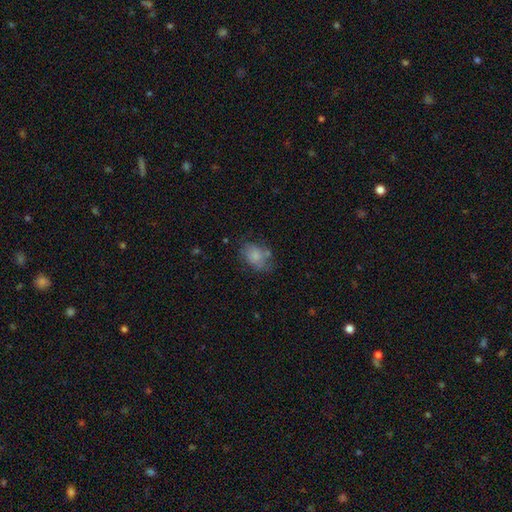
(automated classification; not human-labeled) Smooth or featured?
  - smooth: 75% *
  - featured or disk: 15%
  - star or artifact: 9%
How rounded?
  - in between: 73% *
  - round: 26%
  - cigar-shaped: 1%
Merging?
  - none: 54% *
  - minor disturbance: 26%
  - major disturbance: 11%
  - merger: 9%